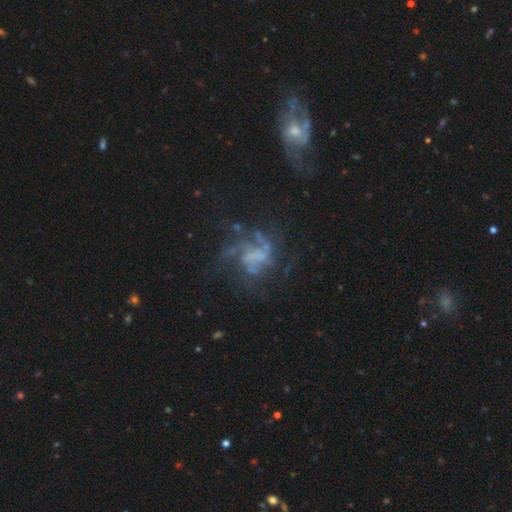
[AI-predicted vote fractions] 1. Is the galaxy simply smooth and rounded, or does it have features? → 71% featured or disk, 16% star or artifact, 13% smooth.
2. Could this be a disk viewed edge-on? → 98% no, 2% yes.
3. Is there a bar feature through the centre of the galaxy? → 64% no, 27% weak, 9% strong.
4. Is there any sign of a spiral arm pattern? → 72% yes, 28% no.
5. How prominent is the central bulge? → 65% none, 16% small, 12% moderate, 6% large, 2% dominant.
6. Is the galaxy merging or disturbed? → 45% none, 34% major disturbance, 16% minor disturbance, 5% merger.